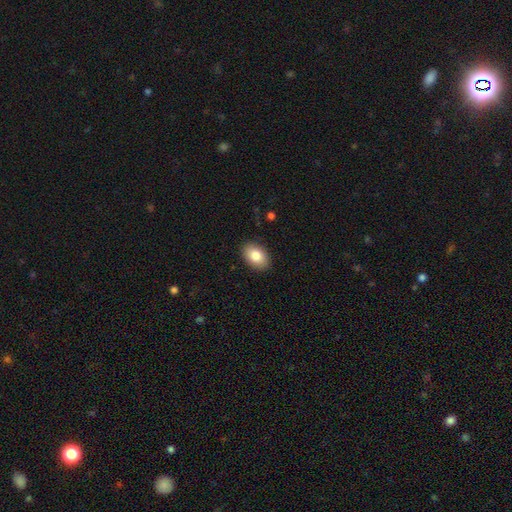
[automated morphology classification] Overall: smooth (84%). How rounded: in between (88%). Merging: none (89%).